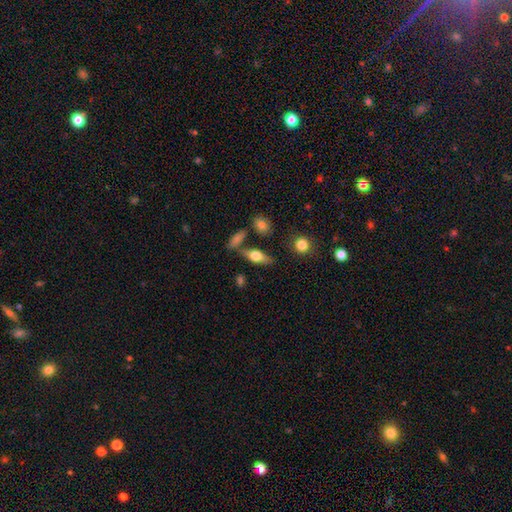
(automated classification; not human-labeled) Smooth or featured? smooth (55%)
How rounded? in between (65%)
Merging? none (71%)